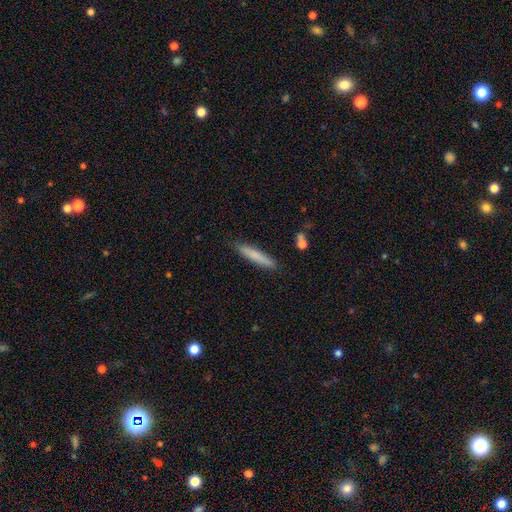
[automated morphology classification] The model was most divided on "smooth or featured": smooth: 75%, featured or disk: 19%, star or artifact: 6%. More confident: how rounded — cigar-shaped (92%); merging — none (86%).